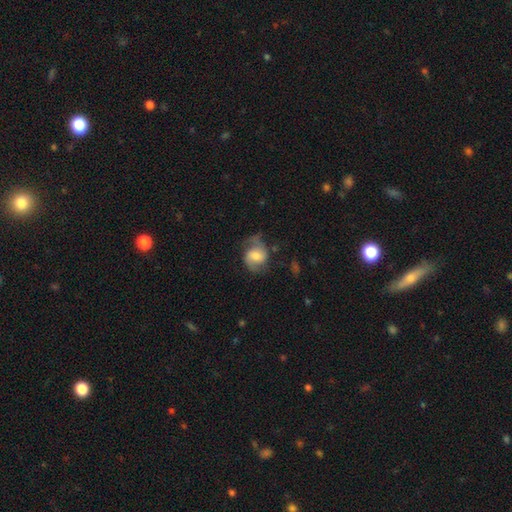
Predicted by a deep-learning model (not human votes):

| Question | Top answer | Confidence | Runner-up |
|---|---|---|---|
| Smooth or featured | featured or disk | 62% | smooth (31%) |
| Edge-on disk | no | 97% | yes (3%) |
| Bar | weak | 46% | no (41%) |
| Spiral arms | yes | 90% | no (10%) |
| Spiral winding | medium | 47% | loose (35%) |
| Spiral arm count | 2 | 85% | can't tell (6%) |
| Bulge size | moderate | 49% | small (23%) |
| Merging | none | 58% | minor disturbance (25%) |